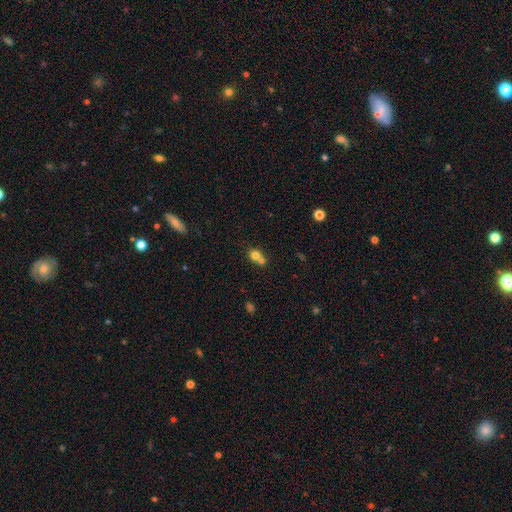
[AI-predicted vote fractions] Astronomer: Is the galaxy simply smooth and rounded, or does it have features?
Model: smooth — 74%.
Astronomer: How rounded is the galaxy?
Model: round — 70%.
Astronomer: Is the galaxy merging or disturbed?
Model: merger — 56% (runner-up: none, 34%).